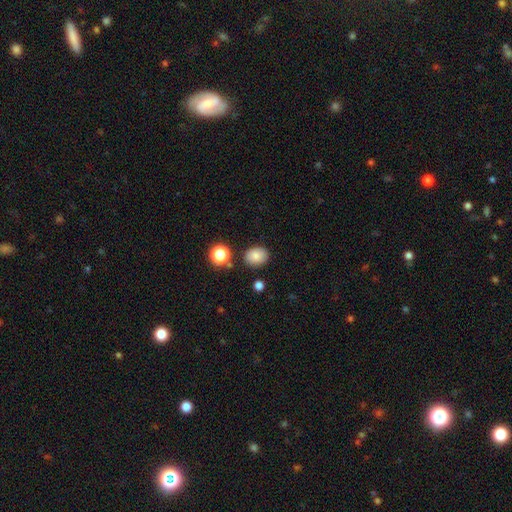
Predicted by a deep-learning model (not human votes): Smooth or featured? Predicted: smooth (p=0.83). How rounded? Predicted: in between (p=0.50). Merging? Predicted: none (p=0.84).